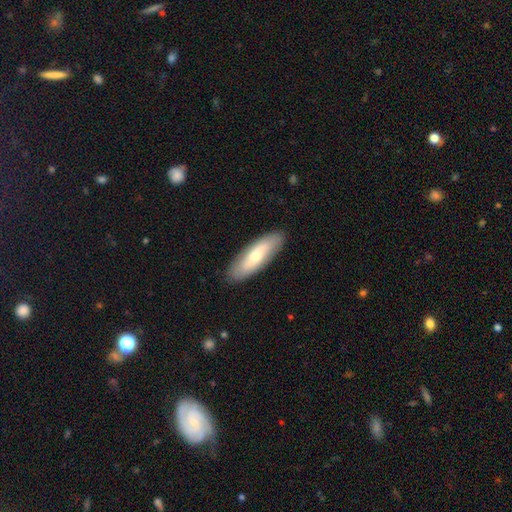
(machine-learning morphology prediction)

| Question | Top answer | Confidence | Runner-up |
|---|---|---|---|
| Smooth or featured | smooth | 59% | featured or disk (36%) |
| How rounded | in between | 56% | cigar-shaped (42%) |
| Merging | none | 88% | minor disturbance (9%) |